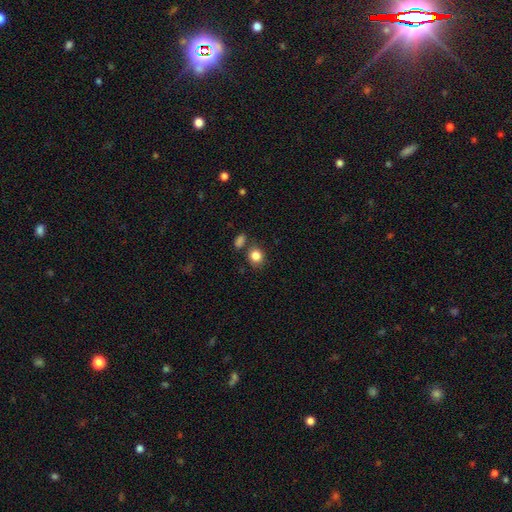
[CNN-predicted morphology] A smooth galaxy with no disk features (85%) that is round (75%).

Vote fractions:
- Smooth or featured? smooth: 85% / star or artifact: 10% / featured or disk: 5%
- How rounded? round: 75% / in between: 24% / cigar-shaped: 1%
- Merging? none: 75% / minor disturbance: 11% / merger: 10% / major disturbance: 3%